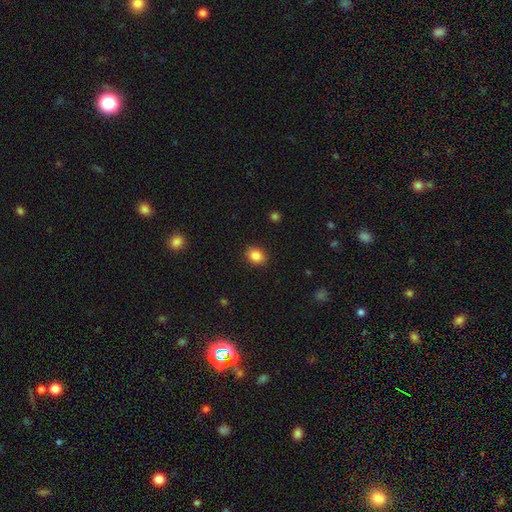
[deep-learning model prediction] Smooth or featured?
  - smooth: 87% *
  - star or artifact: 9%
  - featured or disk: 4%
How rounded?
  - in between: 52% *
  - round: 48%
  - cigar-shaped: 1%
Merging?
  - none: 89% *
  - minor disturbance: 8%
  - major disturbance: 2%
  - merger: 1%